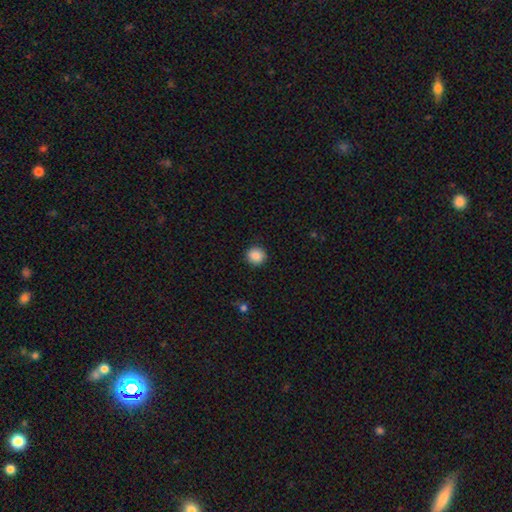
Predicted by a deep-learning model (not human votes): smooth_or_featured: smooth (p=0.88) [alt: star or artifact p=0.09]
how_rounded: round (p=0.93) [alt: in between p=0.06]
merging: none (p=0.92) [alt: minor disturbance p=0.06]